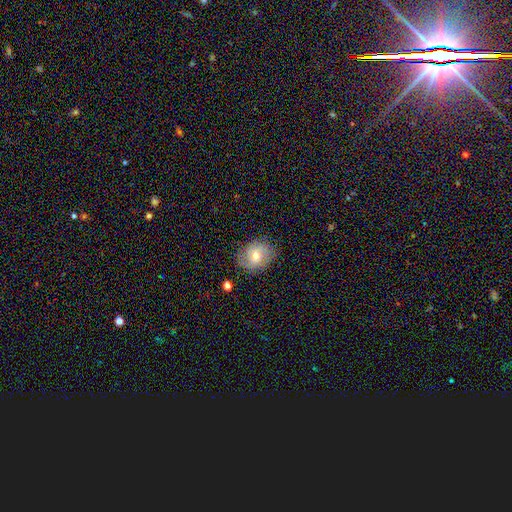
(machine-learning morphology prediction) This is possibly a smooth galaxy (47%). Merging: likely none (77%).